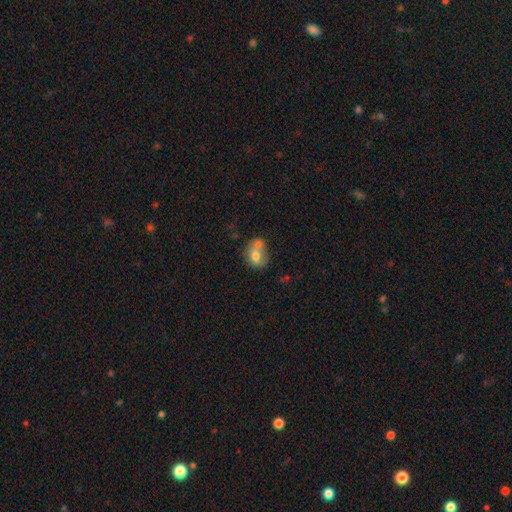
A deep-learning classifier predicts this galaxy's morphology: Overall: smooth (67%). How rounded: in between (53%; round 46%). Merging: merger (52%; none 28%).